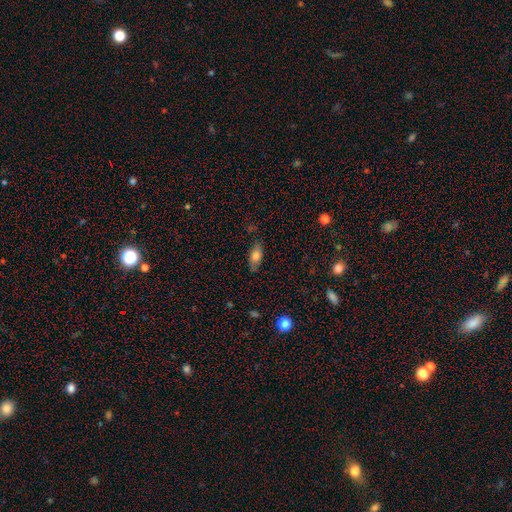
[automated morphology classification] The model was most divided on "smooth or featured": smooth: 73%, featured or disk: 18%, star or artifact: 8%. More confident: how rounded — in between (84%); merging — none (78%).